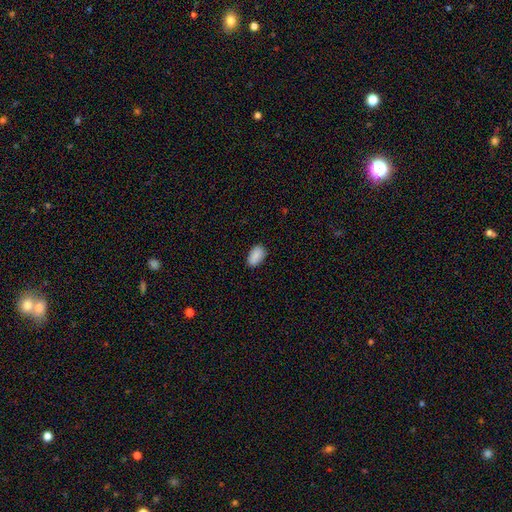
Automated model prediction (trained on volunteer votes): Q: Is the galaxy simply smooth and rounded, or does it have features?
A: smooth — 88%.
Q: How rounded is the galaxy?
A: in between — 92%.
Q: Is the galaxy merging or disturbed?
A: none — 84%.